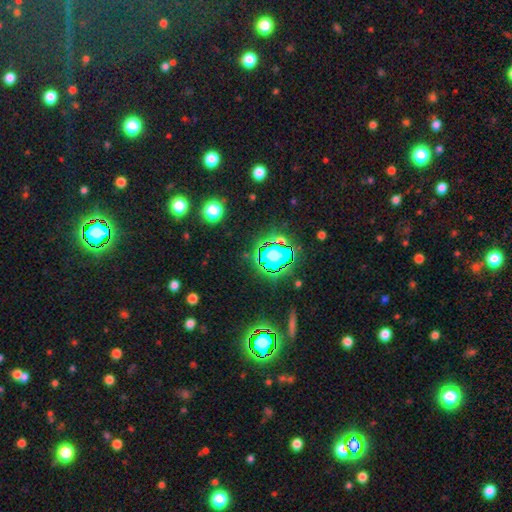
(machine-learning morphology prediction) Q: Smooth or featured?
A: star or artifact (79%); runner-up: smooth (14%)